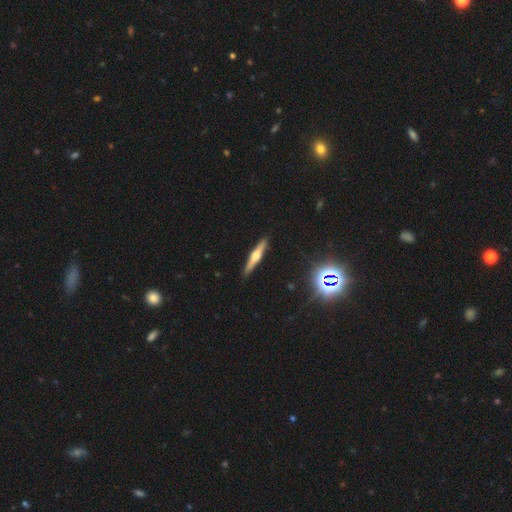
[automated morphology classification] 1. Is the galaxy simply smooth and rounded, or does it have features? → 63% featured or disk, 29% smooth, 8% star or artifact.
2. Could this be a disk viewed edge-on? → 97% yes, 3% no.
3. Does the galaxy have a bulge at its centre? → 87% rounded, 8% boxy, 5% none.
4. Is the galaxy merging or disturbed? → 91% none, 7% minor disturbance, 1% major disturbance, 1% merger.